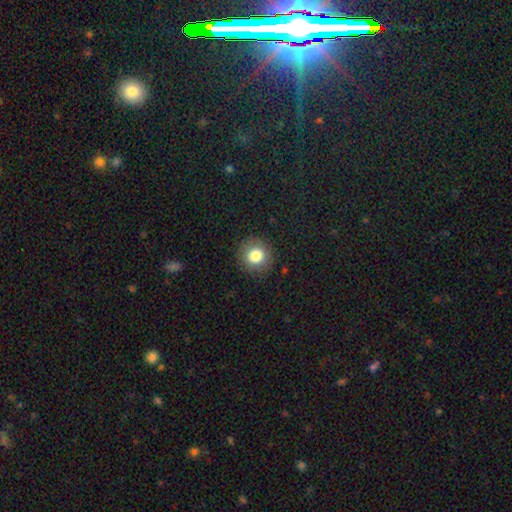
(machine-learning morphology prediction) Smooth or featured? Predicted: smooth (p=0.81). How rounded? Predicted: round (p=0.92). Merging? Predicted: none (p=0.88).